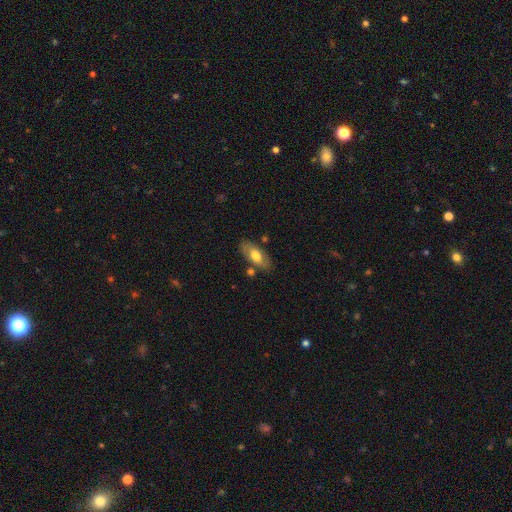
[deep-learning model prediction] smooth 62%, featured or disk 32%, star or artifact 6%. Down the decision tree: how rounded — in between (87%); merging — none (78%).